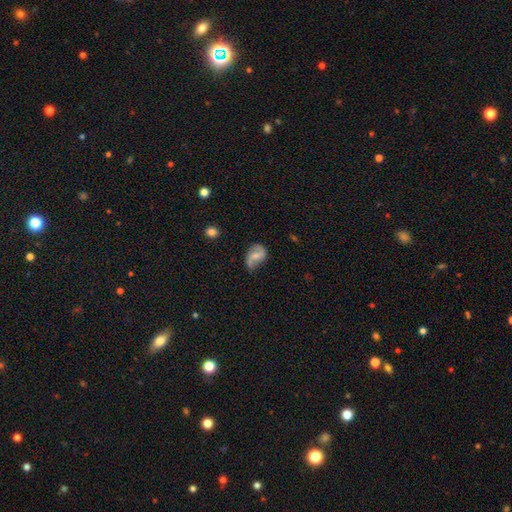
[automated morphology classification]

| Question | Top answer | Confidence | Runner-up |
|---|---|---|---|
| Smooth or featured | featured or disk | 73% | smooth (21%) |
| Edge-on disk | no | 97% | yes (3%) |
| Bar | weak | 48% | no (34%) |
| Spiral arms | yes | 93% | no (7%) |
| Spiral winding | loose | 64% | medium (27%) |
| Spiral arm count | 2 | 88% | 1 (5%) |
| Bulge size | small | 48% | moderate (34%) |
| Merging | none | 65% | minor disturbance (24%) |